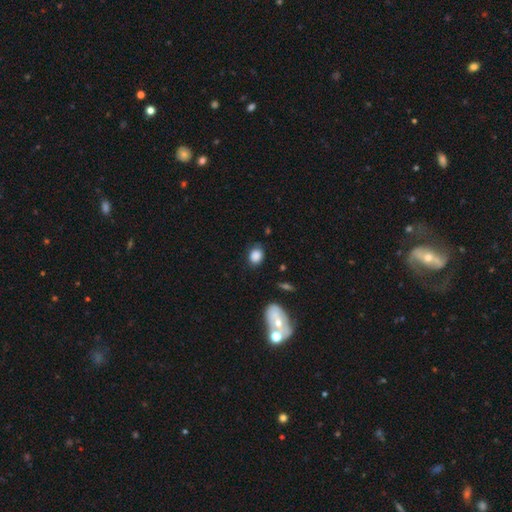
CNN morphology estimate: smooth-or-featured: smooth: 85% | star or artifact: 9% | featured or disk: 6%
  how-rounded: in between: 52% | round: 46% | cigar-shaped: 1%
  merging: none: 74% | minor disturbance: 19% | major disturbance: 5% | merger: 2%